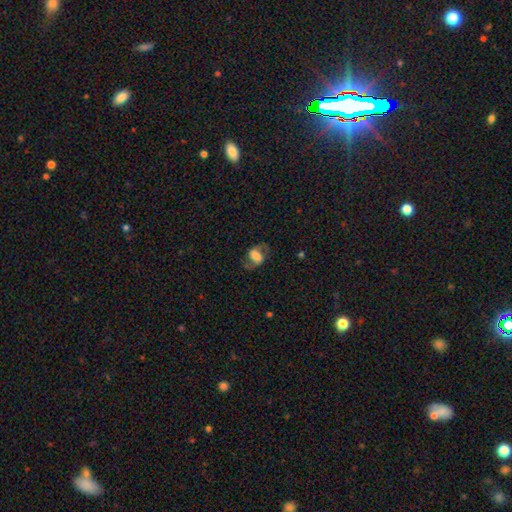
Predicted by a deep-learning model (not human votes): featured or disk 54%, smooth 37%, star or artifact 9%. Down the decision tree: edge-on disk — no (95%); bar — weak (39%); spiral arms — yes (82%); bulge size — large (35%); merging — none (66%).